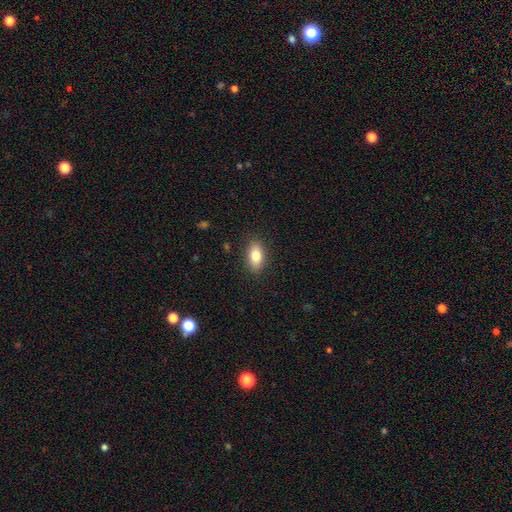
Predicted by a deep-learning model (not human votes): smooth 80%, featured or disk 12%, star or artifact 8%. Down the decision tree: how rounded — in between (87%); merging — none (88%).